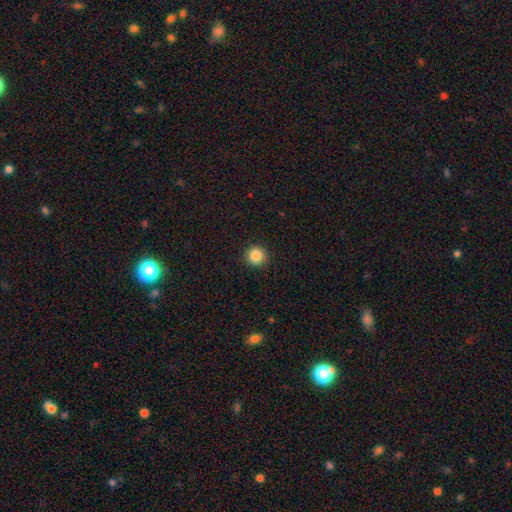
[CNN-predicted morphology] type=smooth (86%); roundness=round (94%); merging=none (91%).